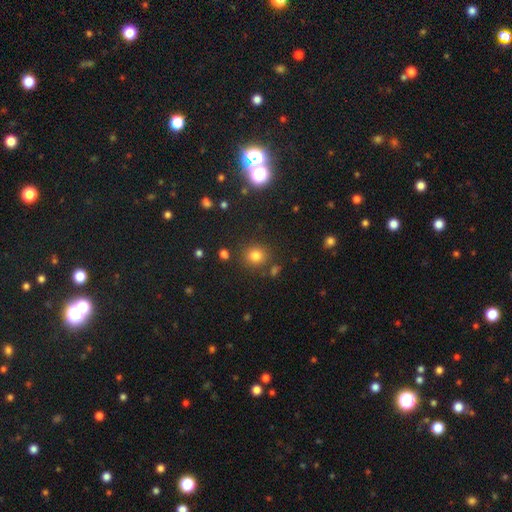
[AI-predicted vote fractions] The model was most divided on "smooth or featured": smooth: 78%, star or artifact: 16%, featured or disk: 6%. More confident: merging — none (83%); how rounded — round (82%).